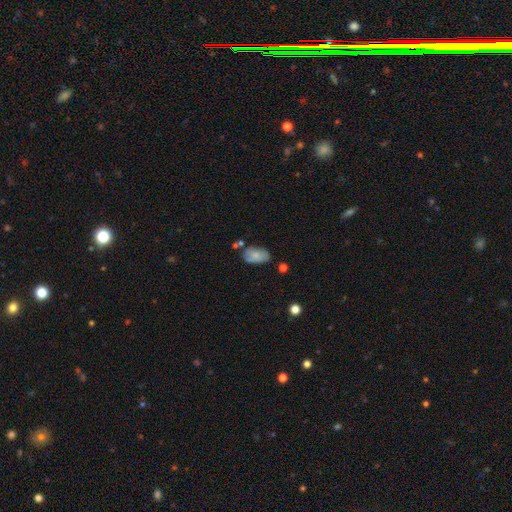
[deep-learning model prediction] A smooth galaxy with no disk features (70%) that is in between round and cigar-shaped (93%). Merging: none (60%).